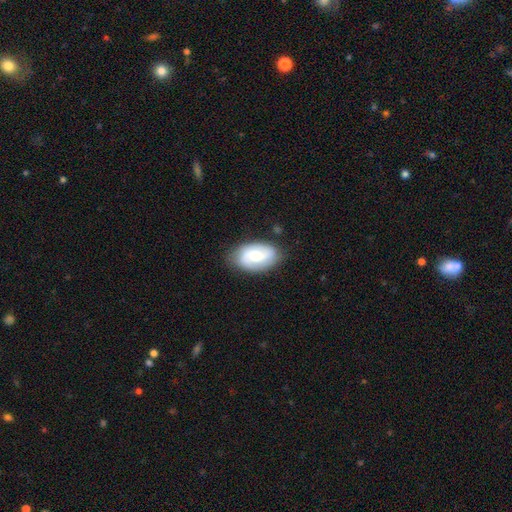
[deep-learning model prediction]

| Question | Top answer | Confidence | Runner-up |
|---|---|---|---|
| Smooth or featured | featured or disk | 60% | smooth (34%) |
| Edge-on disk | no | 96% | yes (4%) |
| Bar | no | 52% | weak (39%) |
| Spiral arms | yes | 88% | no (12%) |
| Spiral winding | medium | 44% | tight (30%) |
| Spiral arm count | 2 | 79% | can't tell (11%) |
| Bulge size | moderate | 64% | small (27%) |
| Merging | none | 79% | minor disturbance (16%) |